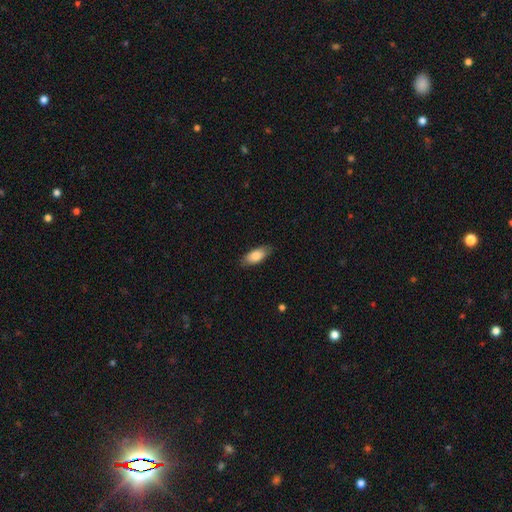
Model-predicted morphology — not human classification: The model was most divided on "merging": none: 84%, minor disturbance: 12%, major disturbance: 2%, merger: 1%. More confident: how rounded — in between (85%); smooth or featured — smooth (83%).